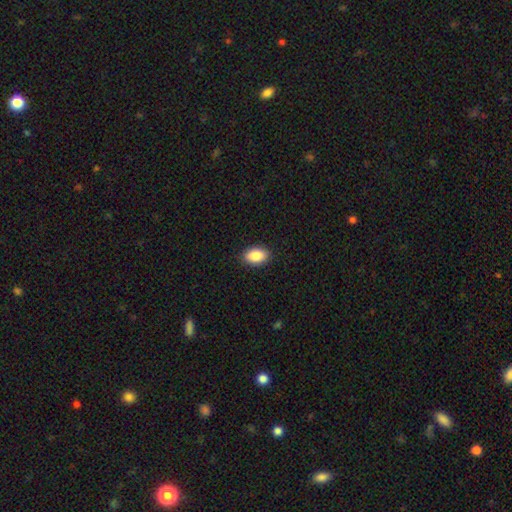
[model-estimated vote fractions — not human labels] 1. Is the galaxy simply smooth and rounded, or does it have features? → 88% smooth, 7% star or artifact, 5% featured or disk.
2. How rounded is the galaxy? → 90% in between, 8% round, 2% cigar-shaped.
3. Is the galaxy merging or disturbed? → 89% none, 8% minor disturbance, 2% major disturbance, 1% merger.